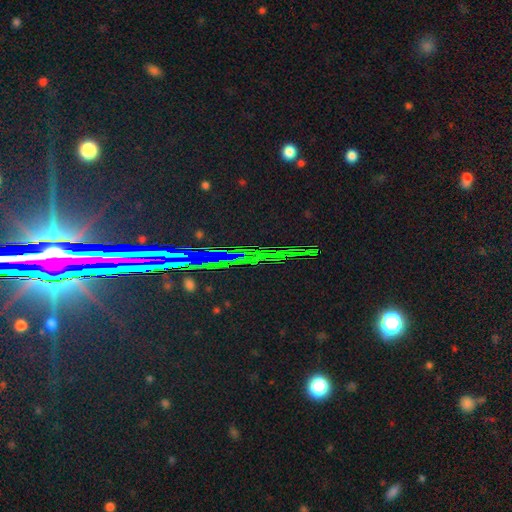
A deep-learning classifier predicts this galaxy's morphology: smooth-or-featured: star or artifact: 80% | smooth: 11% | featured or disk: 9%